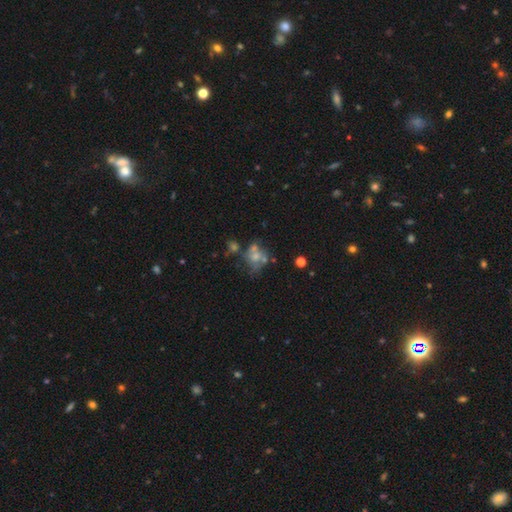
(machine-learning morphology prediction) smooth-or-featured: smooth: 47% | featured or disk: 37% | star or artifact: 16%
  merging: merger: 33% | none: 28% | major disturbance: 21% | minor disturbance: 17%